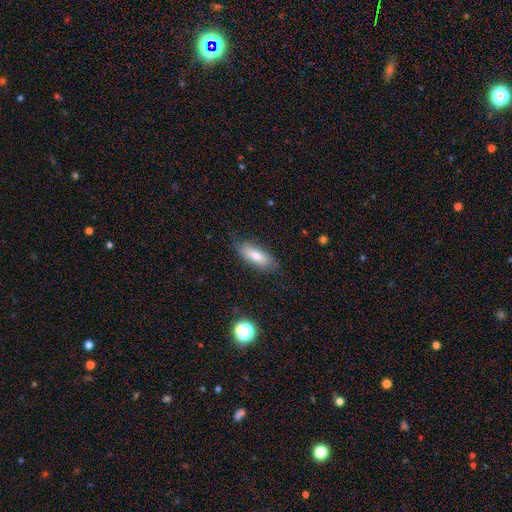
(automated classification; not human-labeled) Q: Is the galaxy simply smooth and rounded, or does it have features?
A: smooth — 74%.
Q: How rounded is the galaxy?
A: in between — 69%.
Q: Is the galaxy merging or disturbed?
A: none — 78%.